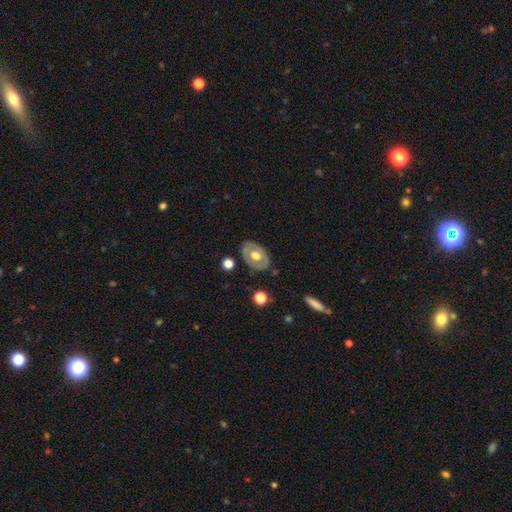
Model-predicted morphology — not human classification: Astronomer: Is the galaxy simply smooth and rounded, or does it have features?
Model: featured or disk — 52% (runner-up: smooth, 42%).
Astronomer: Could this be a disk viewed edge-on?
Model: no — 91%.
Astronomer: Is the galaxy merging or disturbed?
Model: none — 78%.